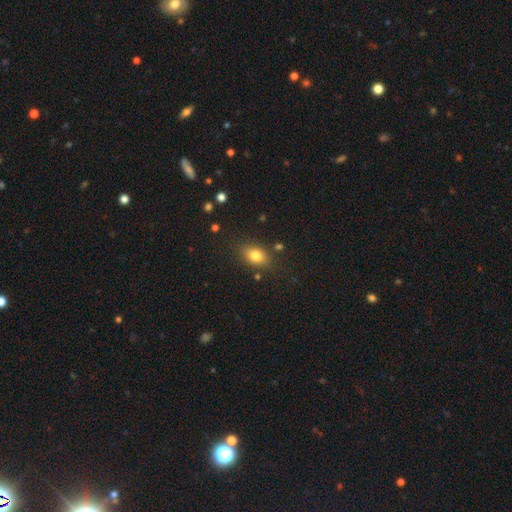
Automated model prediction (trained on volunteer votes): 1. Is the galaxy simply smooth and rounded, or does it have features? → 81% smooth, 10% star or artifact, 9% featured or disk.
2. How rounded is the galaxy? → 78% in between, 20% round, 2% cigar-shaped.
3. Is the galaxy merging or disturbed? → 80% none, 13% minor disturbance, 4% major disturbance, 3% merger.